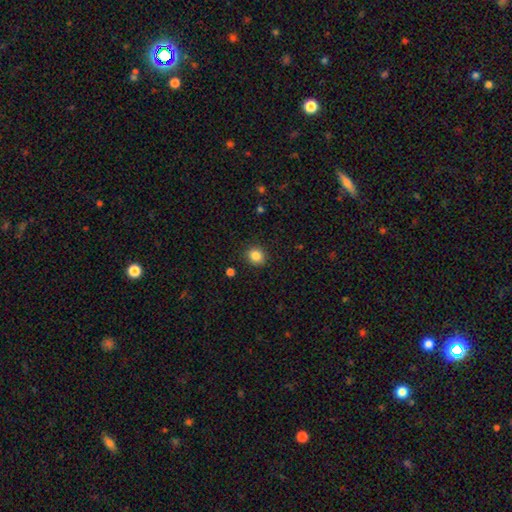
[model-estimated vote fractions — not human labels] Smooth or featured: smooth — 85% (star or artifact — 11%)
How rounded: round — 82% (in between — 18%)
Merging: none — 90% (minor disturbance — 7%)